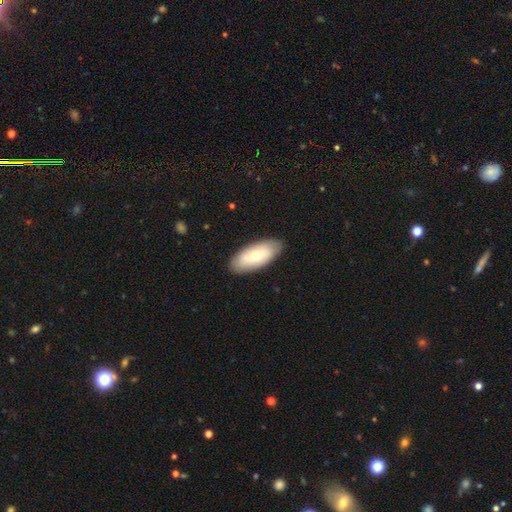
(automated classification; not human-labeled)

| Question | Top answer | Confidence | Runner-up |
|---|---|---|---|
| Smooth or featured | smooth | 56% | featured or disk (38%) |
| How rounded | in between | 87% | cigar-shaped (11%) |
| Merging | none | 86% | minor disturbance (11%) |